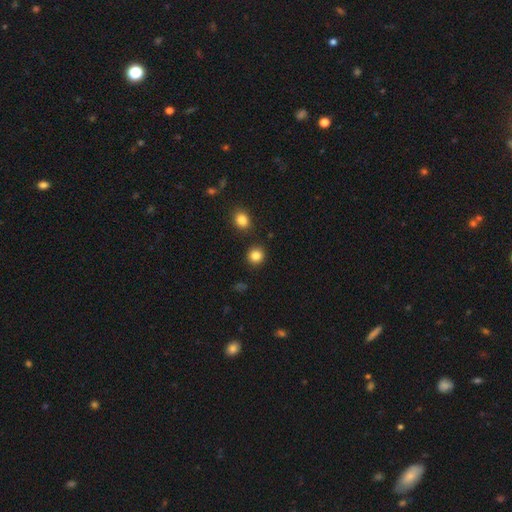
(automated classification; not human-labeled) Smooth or featured: smooth — 85% (star or artifact — 11%)
How rounded: round — 89% (in between — 10%)
Merging: none — 88% (minor disturbance — 6%)